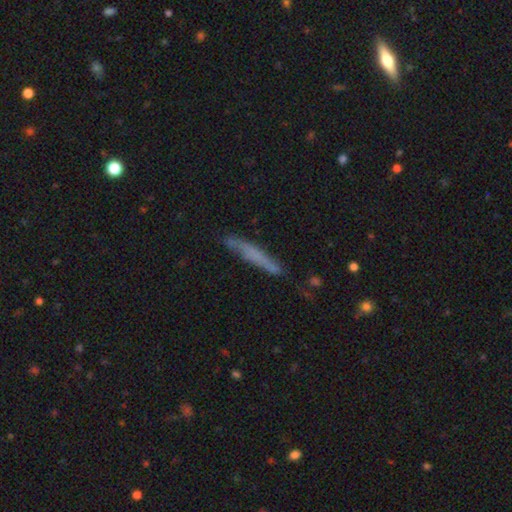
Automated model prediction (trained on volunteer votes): smooth-or-featured: smooth: 53% | featured or disk: 38% | star or artifact: 9%
  how-rounded: cigar-shaped: 94% | in between: 4% | round: 2%
  merging: none: 80% | minor disturbance: 15% | major disturbance: 3% | merger: 2%